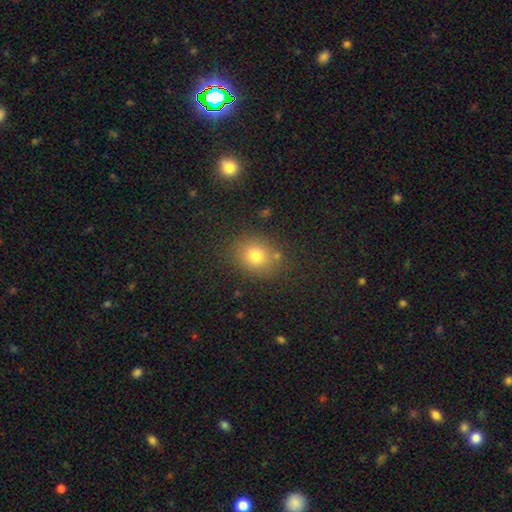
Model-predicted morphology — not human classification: This is likely a smooth galaxy (76%). How rounded: likely round (65%). Merging: clearly none (81%).